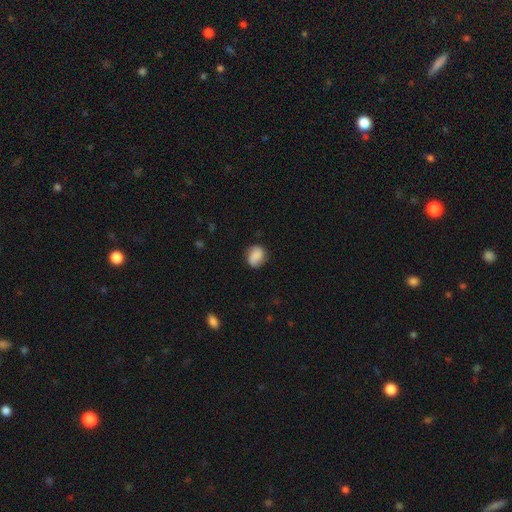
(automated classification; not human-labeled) Smooth or featured?
  - smooth: 74% *
  - featured or disk: 18%
  - star or artifact: 8%
How rounded?
  - round: 59% *
  - in between: 39%
  - cigar-shaped: 1%
Merging?
  - none: 74% *
  - minor disturbance: 19%
  - major disturbance: 6%
  - merger: 1%